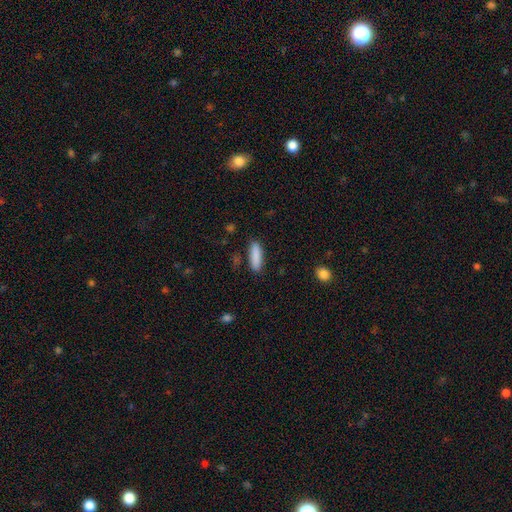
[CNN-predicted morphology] This is clearly a smooth galaxy (88%). How rounded: possibly cigar-shaped (58%). Merging: clearly none (87%).